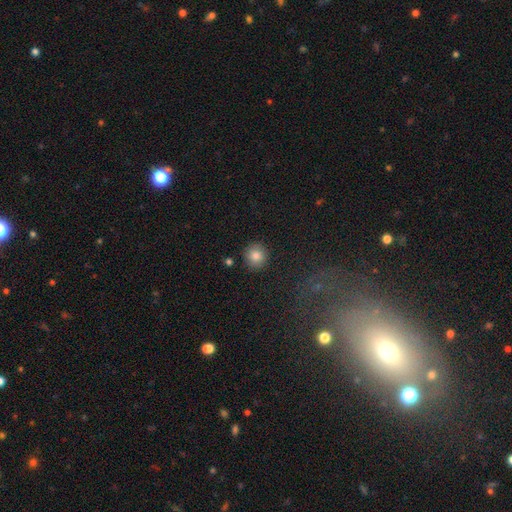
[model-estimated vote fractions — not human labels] smooth_or_featured: smooth (p=0.84) [alt: star or artifact p=0.10]
how_rounded: round (p=0.91) [alt: in between p=0.08]
merging: none (p=0.89) [alt: minor disturbance p=0.07]